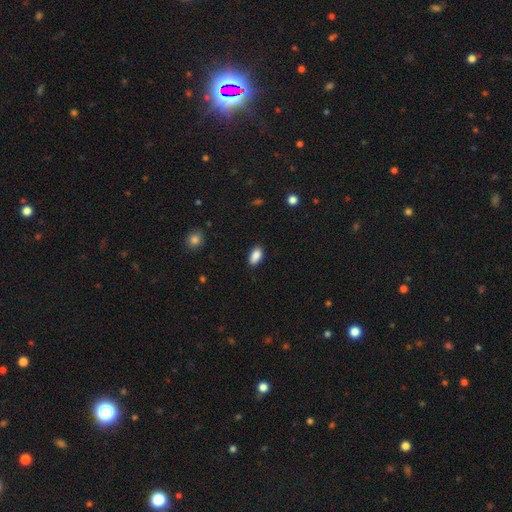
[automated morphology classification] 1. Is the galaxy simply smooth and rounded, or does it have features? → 88% smooth, 8% star or artifact, 4% featured or disk.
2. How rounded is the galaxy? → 91% in between, 5% cigar-shaped, 4% round.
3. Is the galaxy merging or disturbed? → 86% none, 11% minor disturbance, 2% major disturbance, 1% merger.